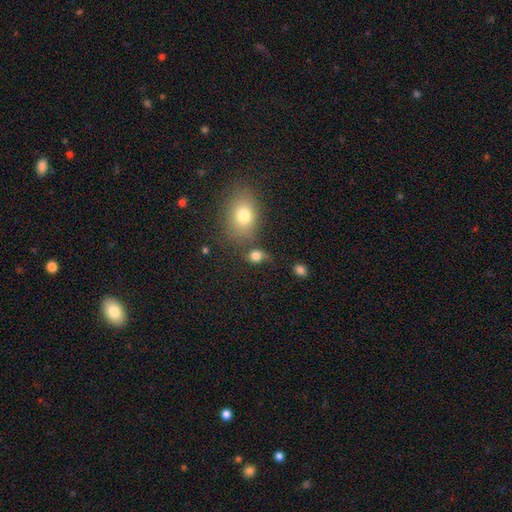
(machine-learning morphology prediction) type=smooth (79%); roundness=round (49%, tied with in between); merging=none (50%).